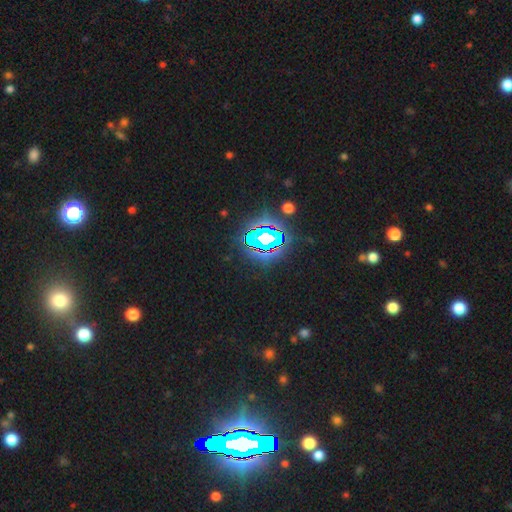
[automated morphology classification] type=star or artifact (84%).